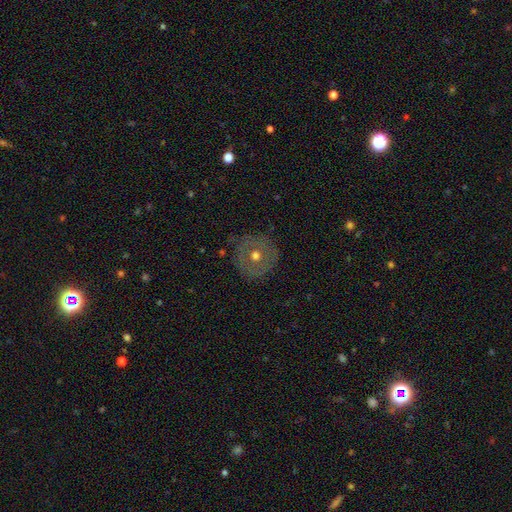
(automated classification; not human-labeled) smooth_or_featured: smooth (p=0.50) [alt: featured or disk p=0.41]
merging: none (p=0.83) [alt: minor disturbance p=0.12]